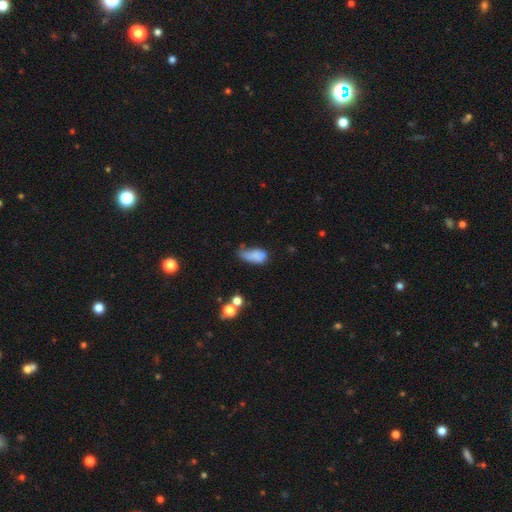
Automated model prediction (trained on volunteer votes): This appears to be a smooth galaxy with no disk features (71%) that is in between round and cigar-shaped (85%). Merging: minor disturbance (37%).